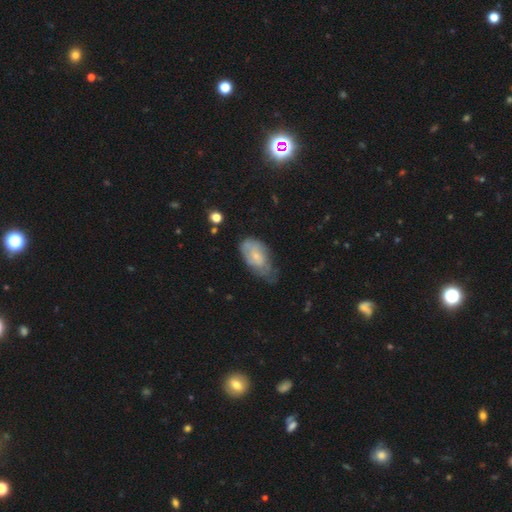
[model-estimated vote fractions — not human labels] Smooth or featured? Predicted: smooth (p=0.56). How rounded? Predicted: in between (p=0.92). Merging? Predicted: minor disturbance (p=0.42).